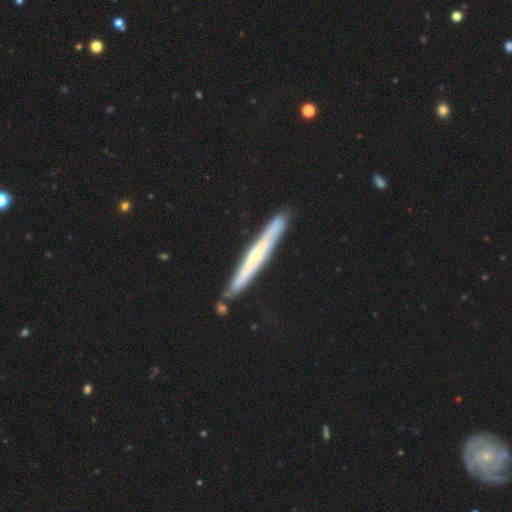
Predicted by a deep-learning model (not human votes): Smooth or featured? Predicted: featured or disk (p=0.67). Edge-on disk? Predicted: yes (p=0.89). Edge-on bulge? Predicted: rounded (p=0.52). Merging? Predicted: none (p=0.83).